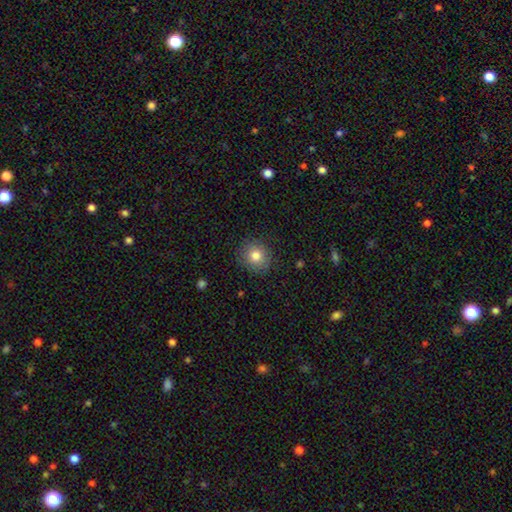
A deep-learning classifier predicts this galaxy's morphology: Overall: smooth (81%). How rounded: round (85%). Merging: none (88%).